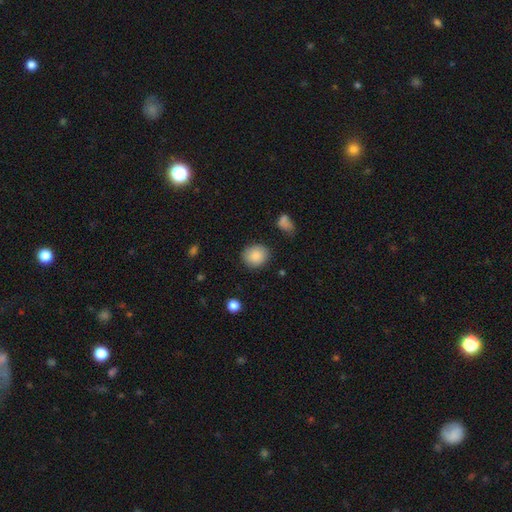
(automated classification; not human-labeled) A smooth galaxy with no disk features (87%) that is round (74%).

Vote fractions:
- Smooth or featured? smooth: 87% / star or artifact: 8% / featured or disk: 5%
- How rounded? round: 74% / in between: 25% / cigar-shaped: 1%
- Merging? none: 84% / minor disturbance: 11% / major disturbance: 3% / merger: 2%